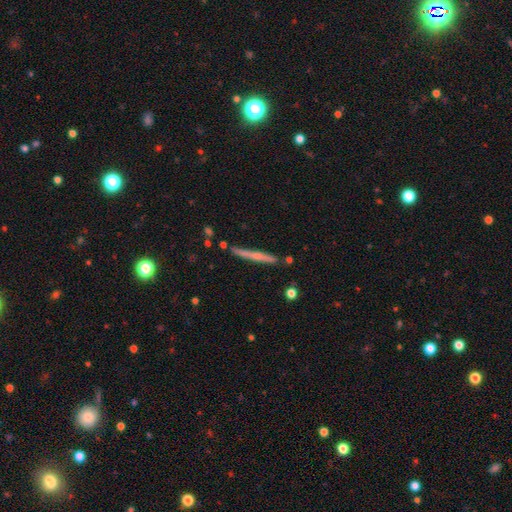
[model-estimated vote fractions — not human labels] A featured or disk galaxy (50%). Merging: none (85%).